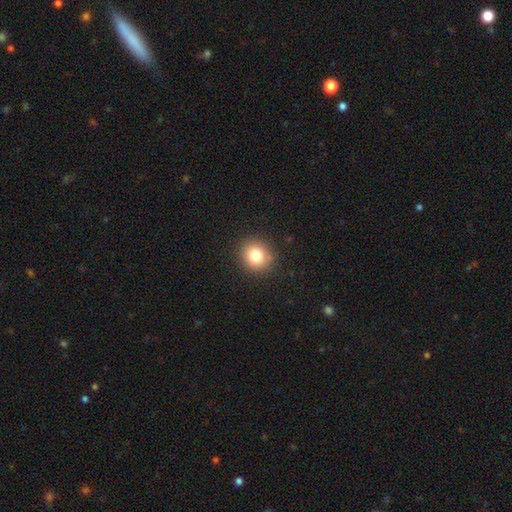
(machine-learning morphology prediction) A smooth galaxy with no disk features (81%) that is round (84%). Merging: none (89%).